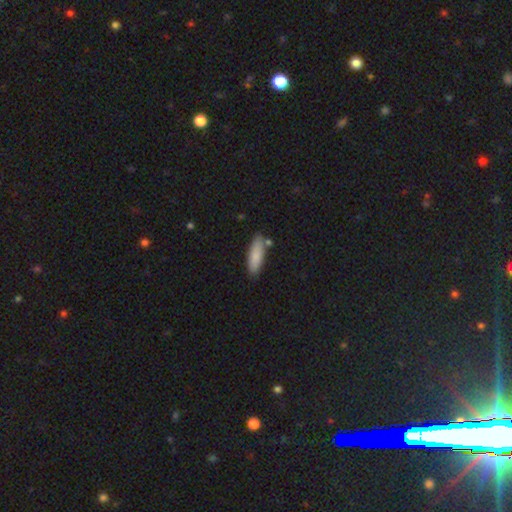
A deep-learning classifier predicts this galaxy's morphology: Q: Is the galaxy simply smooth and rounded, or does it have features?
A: smooth — 84%.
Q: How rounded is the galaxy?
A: in between — 51%.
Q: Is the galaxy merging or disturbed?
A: none — 77%.